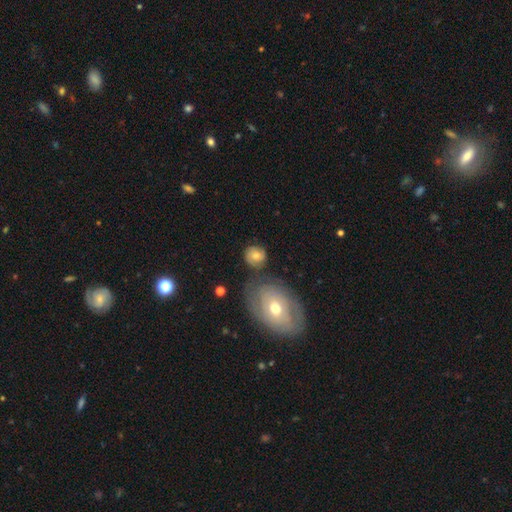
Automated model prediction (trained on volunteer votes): smooth-or-featured: smooth: 60% | featured or disk: 31% | star or artifact: 9%
  how-rounded: round: 80% | in between: 19% | cigar-shaped: 1%
  merging: none: 68% | minor disturbance: 15% | merger: 10% | major disturbance: 6%